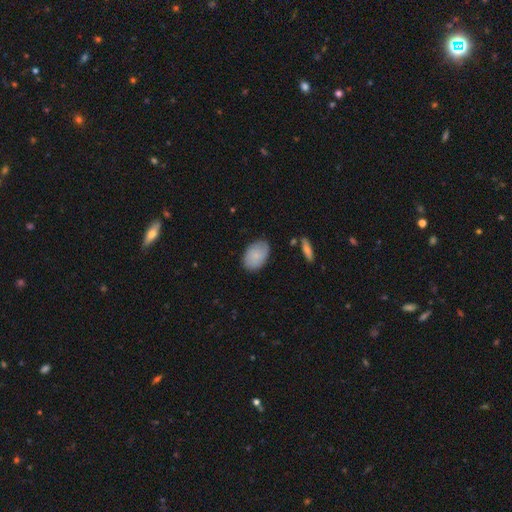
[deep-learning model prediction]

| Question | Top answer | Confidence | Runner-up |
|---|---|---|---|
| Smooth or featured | smooth | 79% | featured or disk (15%) |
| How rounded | in between | 88% | round (11%) |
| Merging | none | 81% | minor disturbance (14%) |